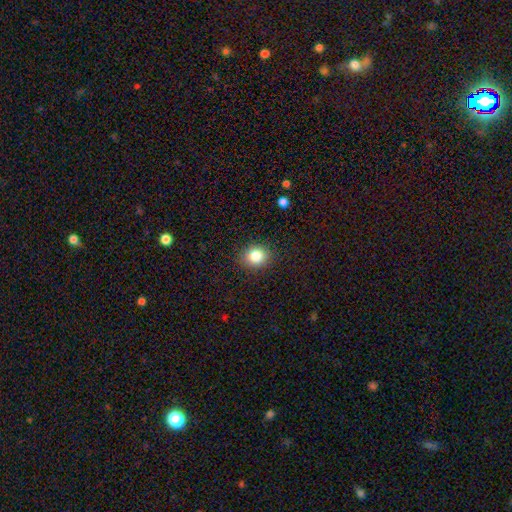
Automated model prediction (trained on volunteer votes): A smooth galaxy with no disk features (83%) that is round (69%). Merging: none (88%).